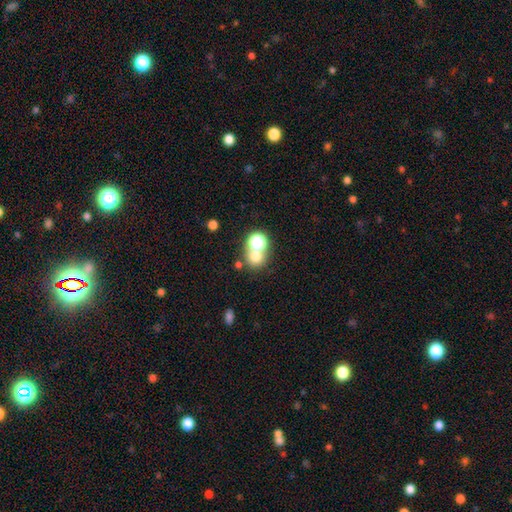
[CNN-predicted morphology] Q: Smooth or featured?
A: smooth (67%); runner-up: star or artifact (21%)
Q: How rounded?
A: round (83%); runner-up: in between (16%)
Q: Merging?
A: none (52%); runner-up: merger (37%)